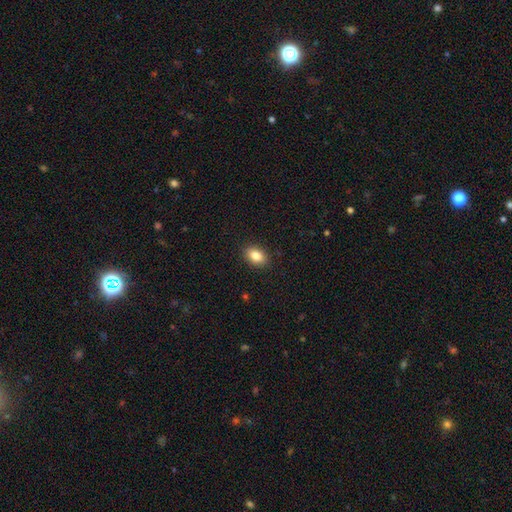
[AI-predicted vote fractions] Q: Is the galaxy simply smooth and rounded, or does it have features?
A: smooth — 85%.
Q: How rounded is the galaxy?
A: in between — 84%.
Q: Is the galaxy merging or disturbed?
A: none — 89%.